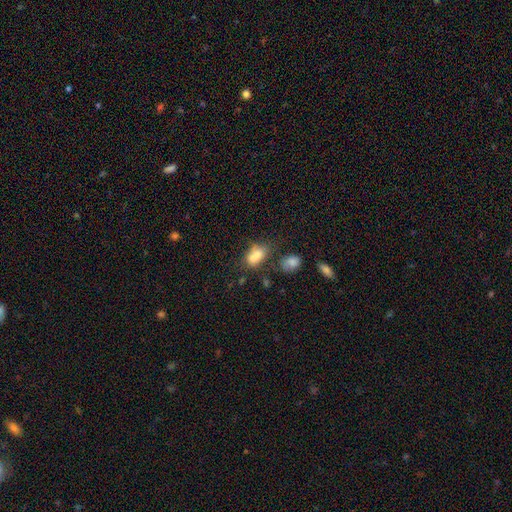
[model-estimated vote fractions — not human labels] Smooth or featured? smooth (72%)
How rounded? in between (73%)
Merging? merger (47%)